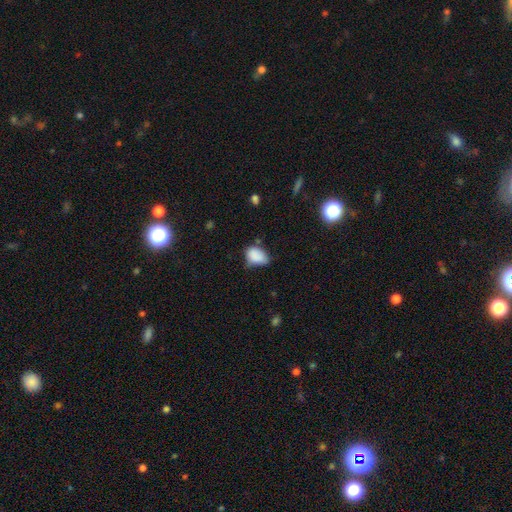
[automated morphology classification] Smooth or featured? smooth (85%)
How rounded? in between (83%)
Merging? minor disturbance (42%, tied with none)